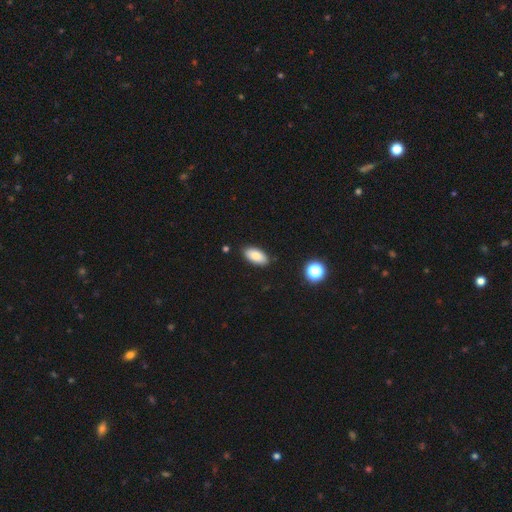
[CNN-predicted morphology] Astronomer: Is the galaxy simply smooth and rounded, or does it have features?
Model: smooth — 85%.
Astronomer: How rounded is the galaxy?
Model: in between — 91%.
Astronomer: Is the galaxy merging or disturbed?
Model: none — 86%.